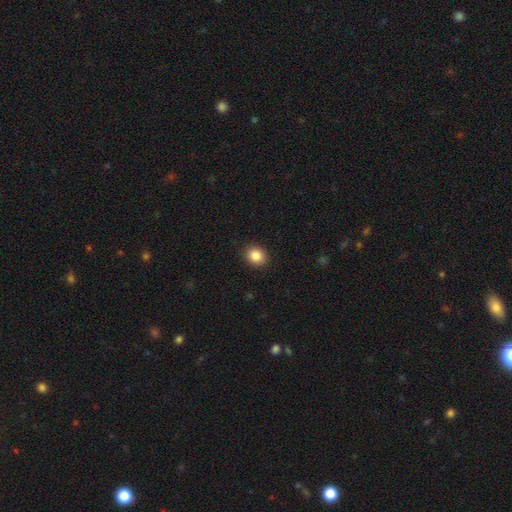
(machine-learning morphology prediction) This appears to be a smooth galaxy with no disk features (86%) that is round (69%). Merging: none (91%).